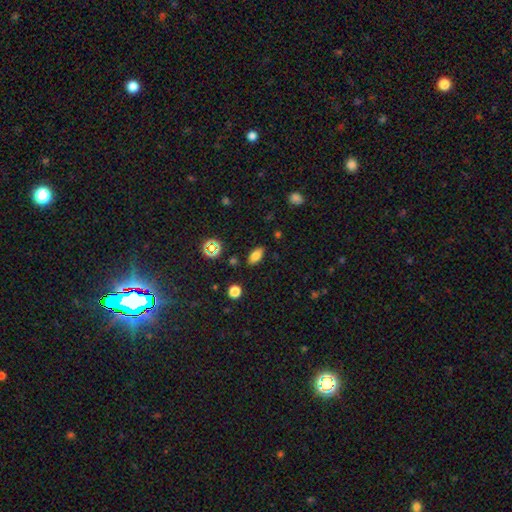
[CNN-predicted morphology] A smooth galaxy with no disk features (76%) that is in between round and cigar-shaped (87%). Merging: none (85%).